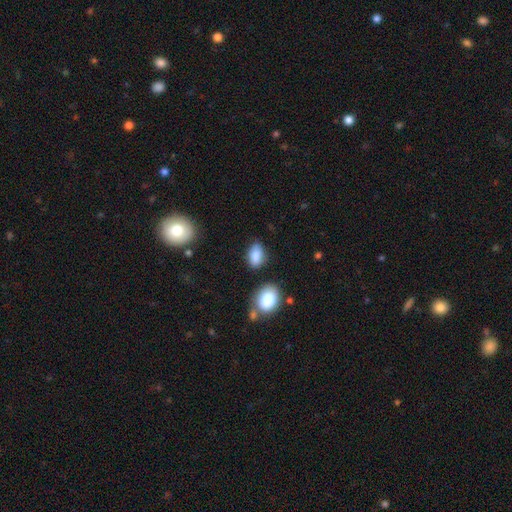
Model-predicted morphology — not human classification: Smooth or featured? smooth (85%)
How rounded? in between (85%)
Merging? none (72%)